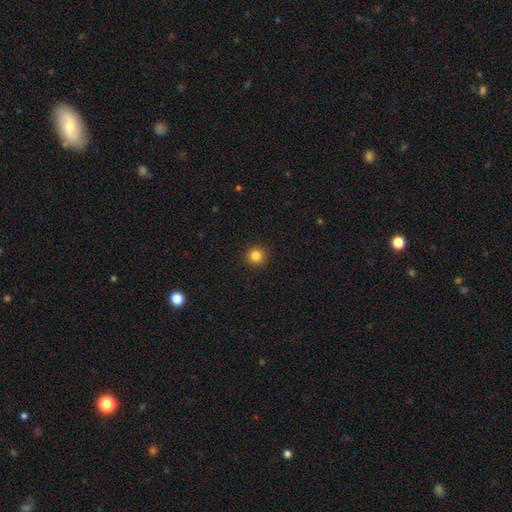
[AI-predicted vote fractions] Morphology: type=smooth (84%); roundness=round (93%); merging=none (92%).